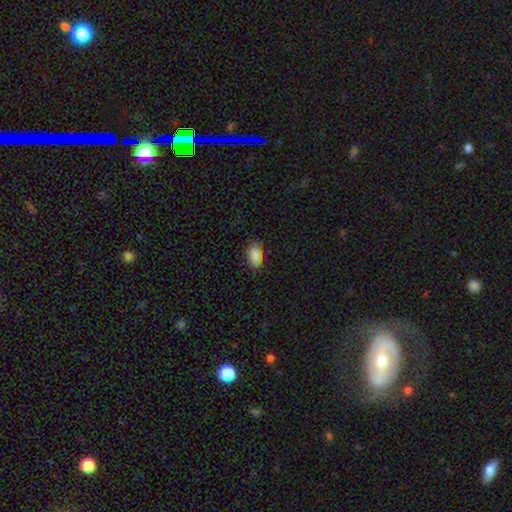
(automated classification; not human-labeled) Smooth or featured?
  - smooth: 87% *
  - star or artifact: 9%
  - featured or disk: 4%
How rounded?
  - in between: 91% *
  - cigar-shaped: 5%
  - round: 4%
Merging?
  - none: 76% *
  - minor disturbance: 18%
  - major disturbance: 4%
  - merger: 1%